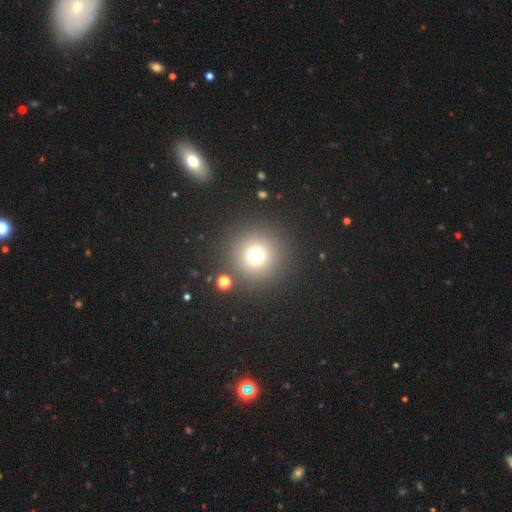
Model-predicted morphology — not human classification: This is likely a smooth galaxy (70%). How rounded: clearly round (96%). Merging: clearly none (86%).